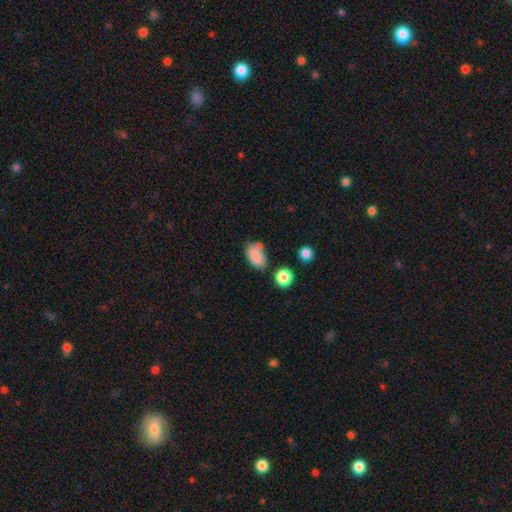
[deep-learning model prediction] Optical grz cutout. It shows a smooth galaxy with no disk features (84%) that is in between round and cigar-shaped (90%). Merging: none (59%).